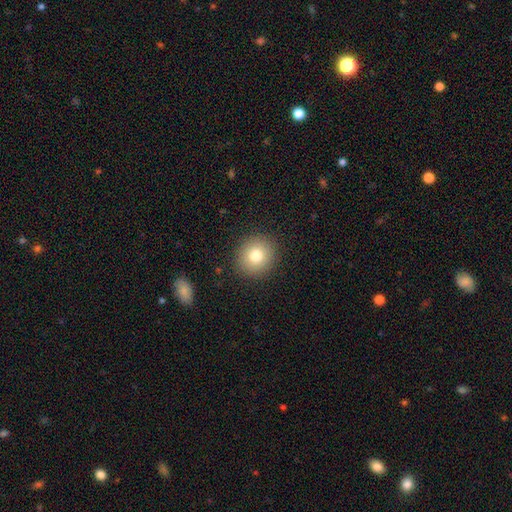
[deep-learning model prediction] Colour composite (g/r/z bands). It shows a smooth galaxy with no disk features (80%) that is round (88%). Merging: none (90%).